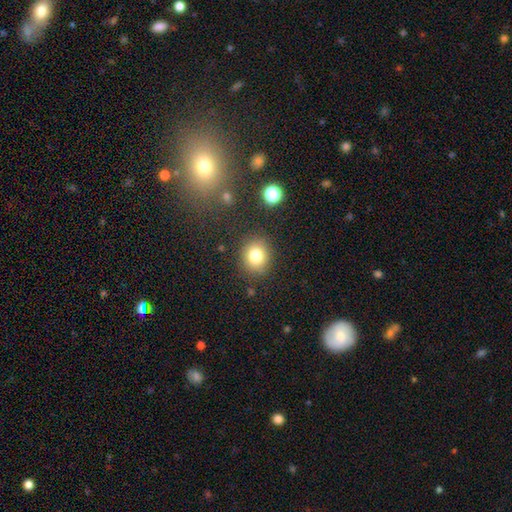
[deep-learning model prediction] smooth 79%, star or artifact 13%, featured or disk 9%. Down the decision tree: how rounded — round (77%); merging — none (84%).